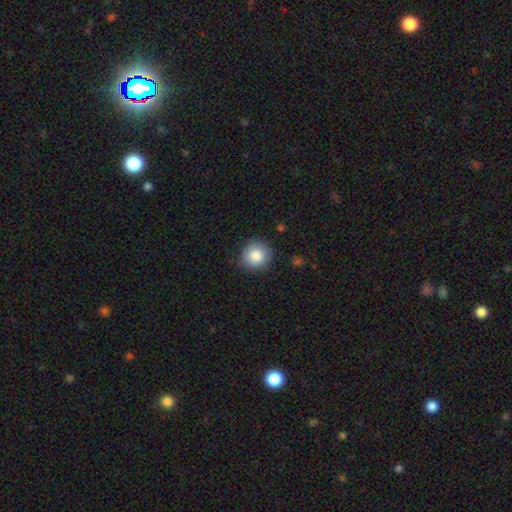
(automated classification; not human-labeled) smooth 86%, star or artifact 9%, featured or disk 6%. Down the decision tree: how rounded — round (90%); merging — none (87%).